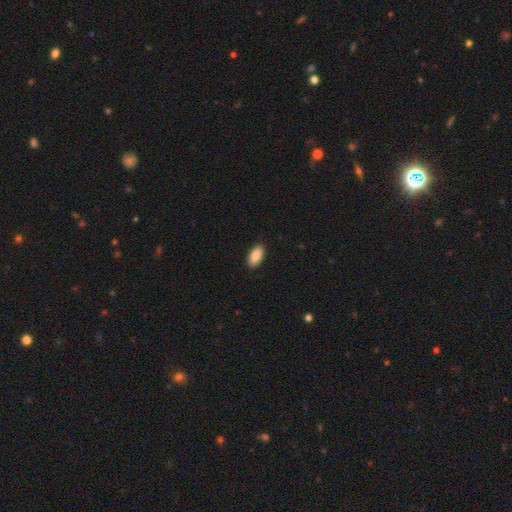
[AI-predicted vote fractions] smooth_or_featured: smooth (p=0.89) [alt: star or artifact p=0.06]
how_rounded: in between (p=0.94) [alt: cigar-shaped p=0.04]
merging: none (p=0.90) [alt: minor disturbance p=0.08]